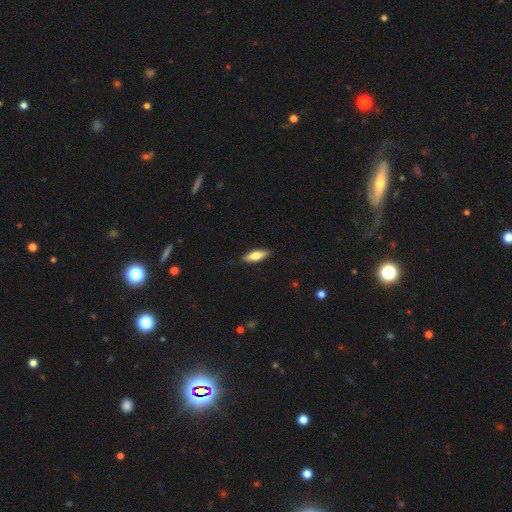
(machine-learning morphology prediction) A smooth galaxy with no disk features (66%) that is cigar-shaped (49%, tied with in between).

Vote fractions:
- Smooth or featured? smooth: 66% / featured or disk: 28% / star or artifact: 6%
- How rounded? cigar-shaped: 49% (tied) / in between: 49% (tied) / round: 2%
- Merging? none: 88% / minor disturbance: 9% / major disturbance: 2% / merger: 1%